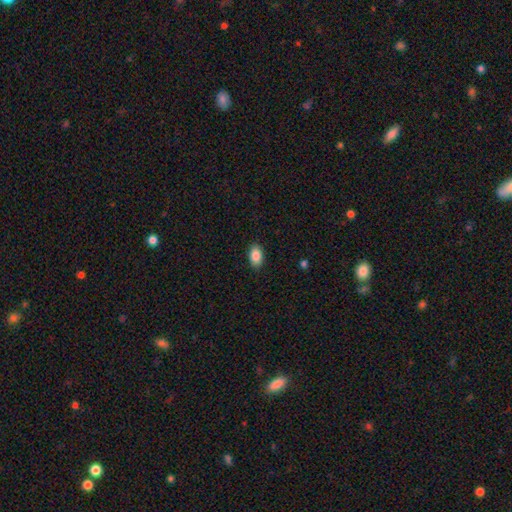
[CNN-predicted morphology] A smooth galaxy with no disk features (87%) that is in between round and cigar-shaped (91%).

Vote fractions:
- Smooth or featured? smooth: 87% / star or artifact: 8% / featured or disk: 5%
- How rounded? in between: 91% / round: 8% / cigar-shaped: 2%
- Merging? none: 88% / minor disturbance: 9% / major disturbance: 2% / merger: 1%